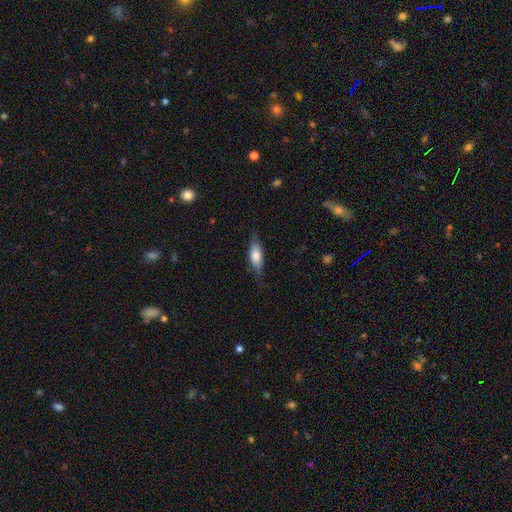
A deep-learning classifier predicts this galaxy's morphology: A smooth galaxy with no disk features (68%) that is in between round and cigar-shaped (69%). Merging: none (71%).